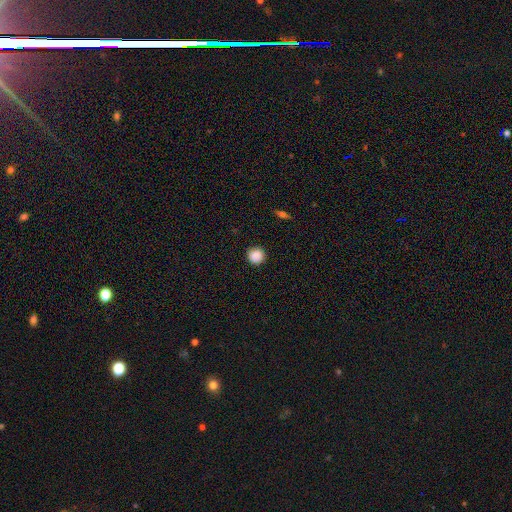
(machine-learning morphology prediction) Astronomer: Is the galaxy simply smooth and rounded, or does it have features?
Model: smooth — 88%.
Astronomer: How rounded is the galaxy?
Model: round — 95%.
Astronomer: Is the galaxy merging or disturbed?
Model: none — 91%.